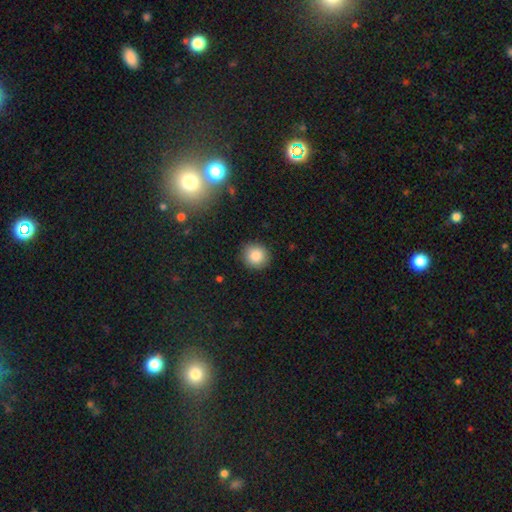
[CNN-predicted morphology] Smooth or featured? Predicted: smooth (p=0.85). How rounded? Predicted: round (p=0.90). Merging? Predicted: none (p=0.89).